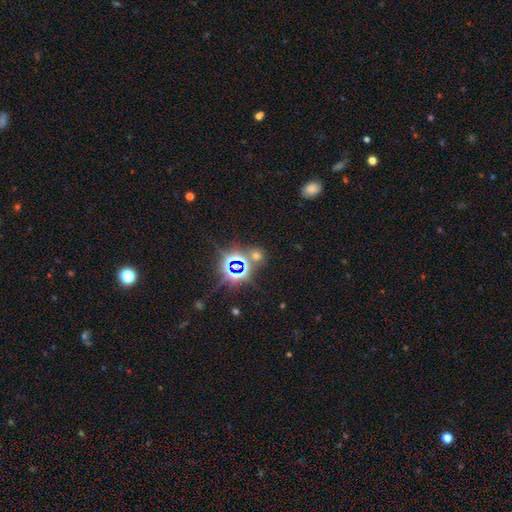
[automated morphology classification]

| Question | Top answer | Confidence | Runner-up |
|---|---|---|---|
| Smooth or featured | star or artifact | 56% | smooth (36%) |